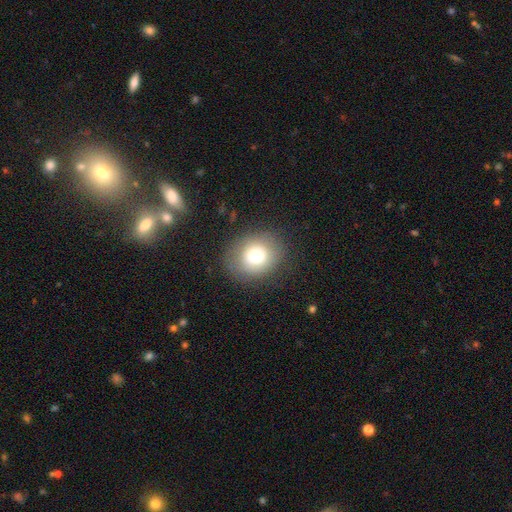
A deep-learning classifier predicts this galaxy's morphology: smooth-or-featured: smooth: 76% | featured or disk: 13% | star or artifact: 11%
  how-rounded: round: 60% | in between: 40% | cigar-shaped: 1%
  merging: none: 82% | minor disturbance: 12% | major disturbance: 5% | merger: 1%